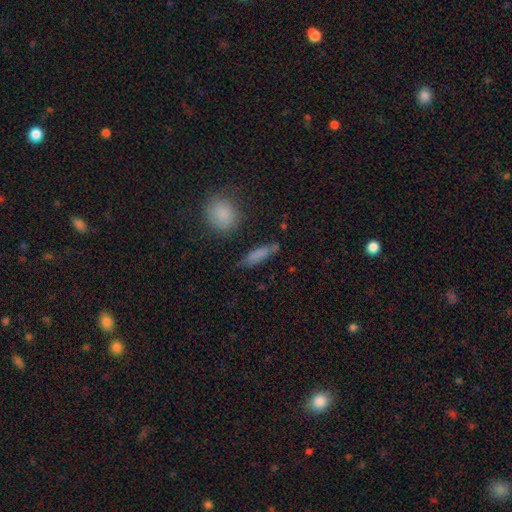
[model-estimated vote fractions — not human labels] Smooth or featured? smooth (76%)
How rounded? cigar-shaped (63%)
Merging? none (72%)